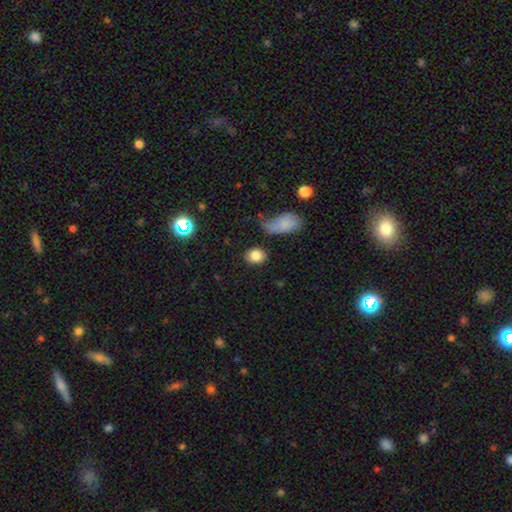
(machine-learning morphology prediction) A smooth galaxy with no disk features (82%) that is round (49%, tied with in between). Merging: none (78%).